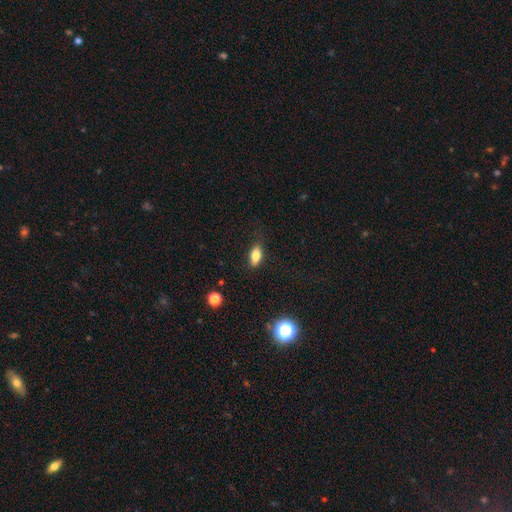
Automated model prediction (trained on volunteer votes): smooth-or-featured: smooth: 79% | featured or disk: 12% | star or artifact: 9%
  how-rounded: in between: 84% | cigar-shaped: 11% | round: 5%
  merging: none: 82% | minor disturbance: 13% | major disturbance: 3% | merger: 1%